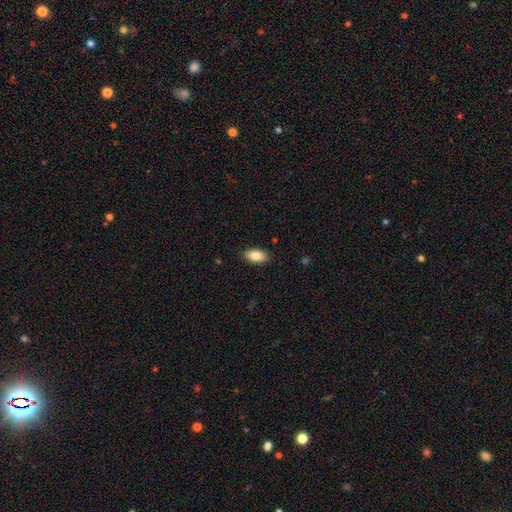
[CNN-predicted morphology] Smooth or featured? smooth (82%)
How rounded? in between (92%)
Merging? none (88%)